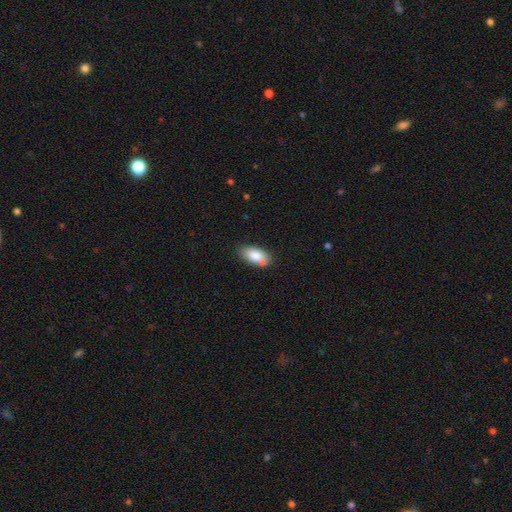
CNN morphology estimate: Q: Smooth or featured?
A: smooth (82%); runner-up: featured or disk (11%)
Q: How rounded?
A: in between (91%); runner-up: cigar-shaped (6%)
Q: Merging?
A: none (70%); runner-up: minor disturbance (18%)